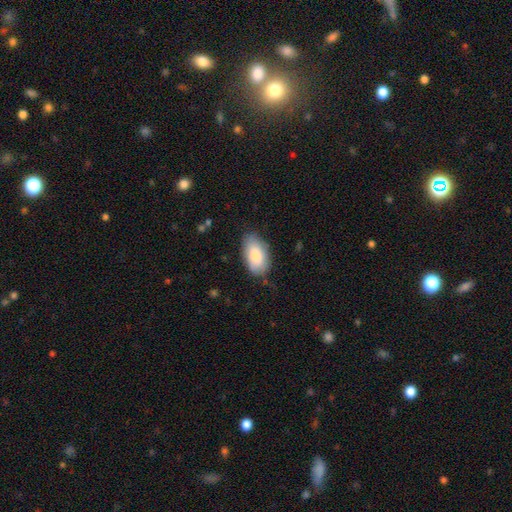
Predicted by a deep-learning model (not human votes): Smooth or featured? Predicted: smooth (p=0.85). How rounded? Predicted: in between (p=0.94). Merging? Predicted: none (p=0.78).